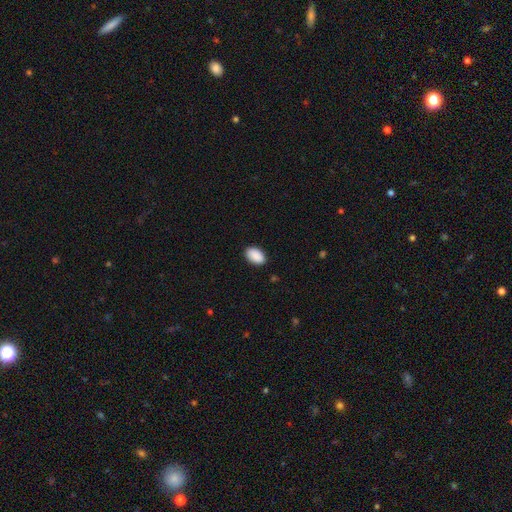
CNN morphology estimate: The model was most divided on "merging": none: 88%, minor disturbance: 9%, major disturbance: 2%, merger: 1%. More confident: how rounded — in between (94%); smooth or featured — smooth (91%).